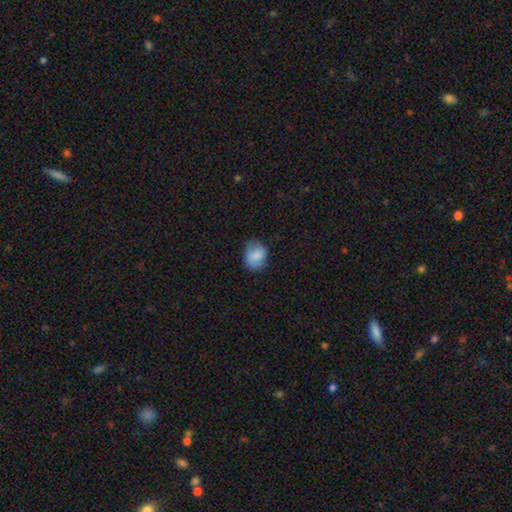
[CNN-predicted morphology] Overall: smooth (81%). How rounded: in between (52%; round 47%). Merging: none (69%).